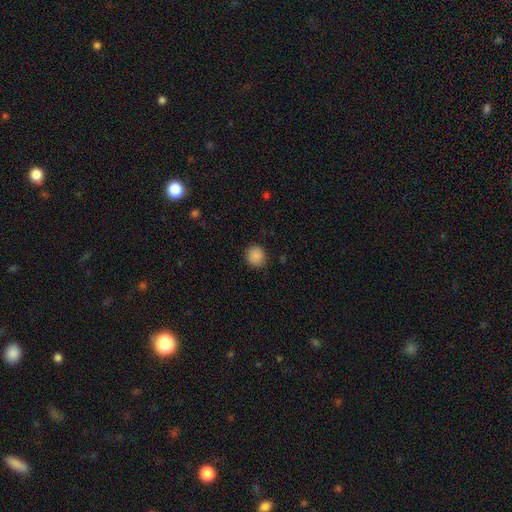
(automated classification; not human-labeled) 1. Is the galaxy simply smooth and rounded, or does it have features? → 88% smooth, 9% star or artifact, 3% featured or disk.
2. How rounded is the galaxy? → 91% round, 8% in between, 1% cigar-shaped.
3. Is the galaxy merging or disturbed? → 90% none, 7% minor disturbance, 2% major disturbance, 1% merger.